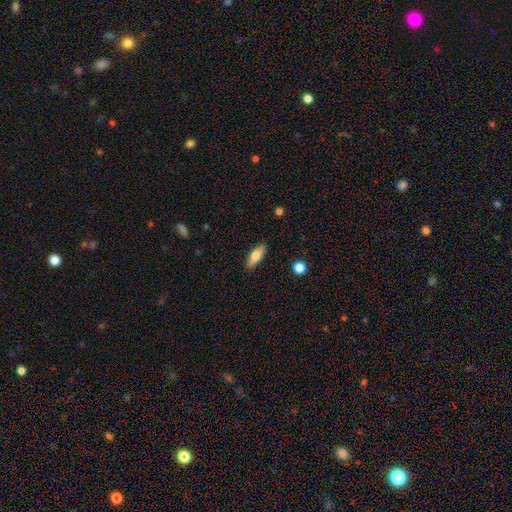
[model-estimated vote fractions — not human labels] Morphology: type=smooth (66%); roundness=in between (63%); merging=none (88%).